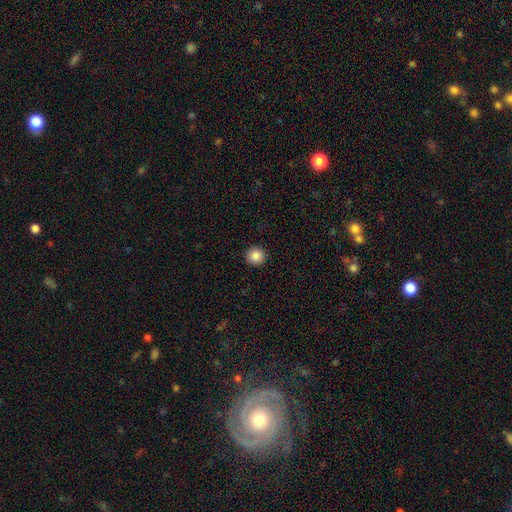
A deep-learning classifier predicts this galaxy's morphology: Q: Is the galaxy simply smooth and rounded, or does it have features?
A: smooth — 86%.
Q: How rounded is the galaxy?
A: round — 95%.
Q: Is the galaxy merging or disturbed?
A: none — 93%.